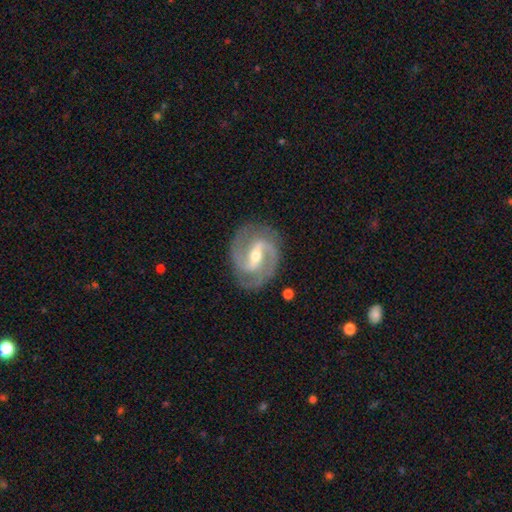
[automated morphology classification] Smooth or featured?
  - featured or disk: 91% *
  - smooth: 5%
  - star or artifact: 4%
Edge-on disk?
  - no: 97% *
  - yes: 3%
Bar?
  - strong: 49% *
  - weak: 39%
  - no: 12%
Spiral arms?
  - yes: 97% *
  - no: 3%
Spiral winding?
  - medium: 57% *
  - tight: 27%
  - loose: 17%
Spiral arm count?
  - 2: 84% *
  - 3: 8%
  - can't tell: 3%
  - 1: 2%
  - 4: 2%
  - more than 4: 1%
Bulge size?
  - moderate: 54% *
  - small: 42%
  - large: 2%
  - none: 1%
  - dominant: 1%
Merging?
  - none: 82% *
  - minor disturbance: 12%
  - major disturbance: 4%
  - merger: 1%